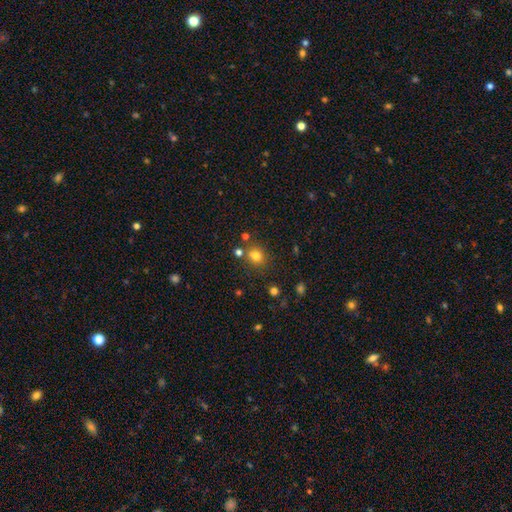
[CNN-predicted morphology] Smooth or featured? Predicted: smooth (p=0.77). How rounded? Predicted: round (p=0.70). Merging? Predicted: none (p=0.71).